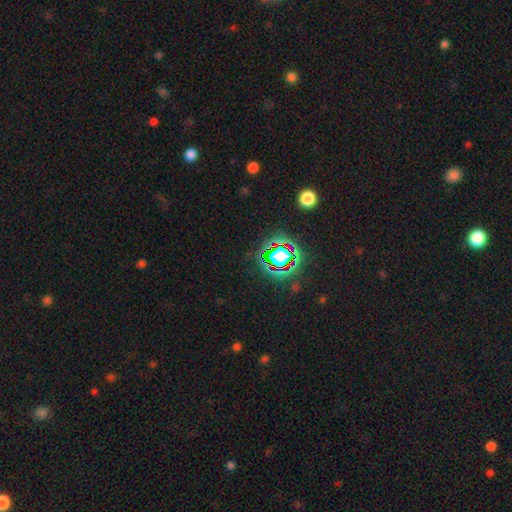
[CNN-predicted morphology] This is likely a star or artifact rather than a galaxy (80%).